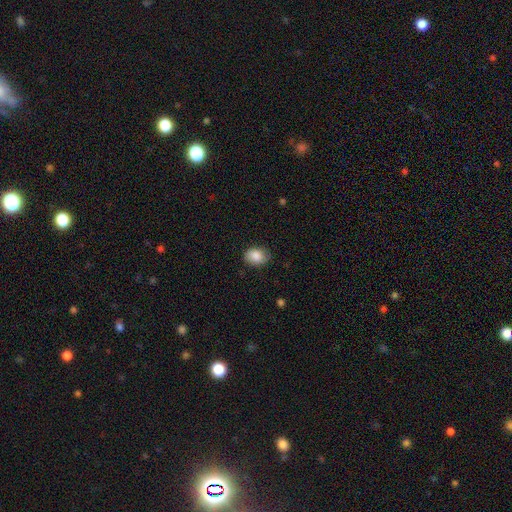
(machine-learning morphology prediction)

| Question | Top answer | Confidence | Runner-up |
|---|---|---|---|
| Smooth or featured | smooth | 82% | featured or disk (10%) |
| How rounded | in between | 68% | round (31%) |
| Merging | none | 79% | minor disturbance (16%) |